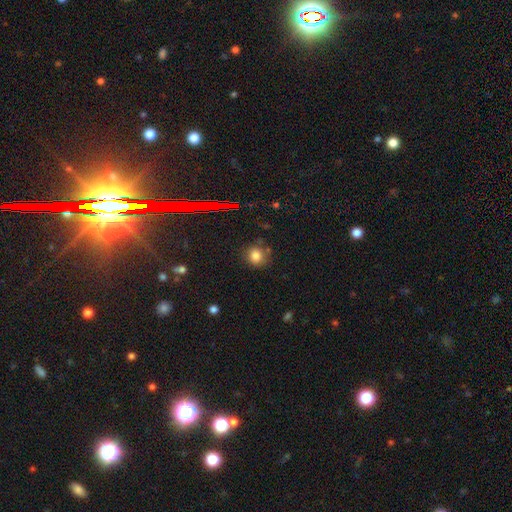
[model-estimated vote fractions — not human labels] smooth 79%, star or artifact 15%, featured or disk 7%. Down the decision tree: how rounded — round (82%); merging — none (74%).